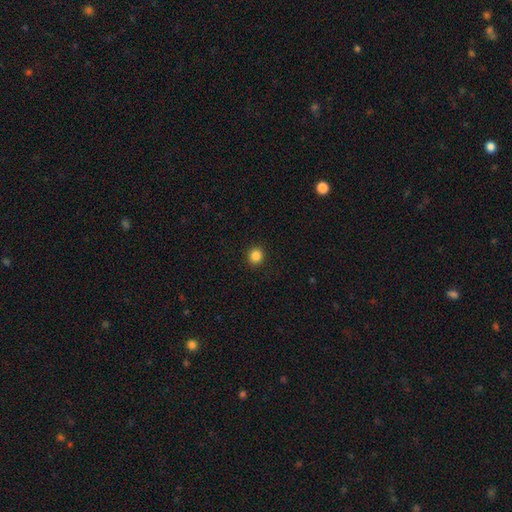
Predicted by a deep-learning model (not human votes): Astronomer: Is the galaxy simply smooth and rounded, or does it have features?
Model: smooth — 86%.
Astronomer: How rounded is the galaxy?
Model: round — 88%.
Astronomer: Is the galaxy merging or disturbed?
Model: none — 93%.